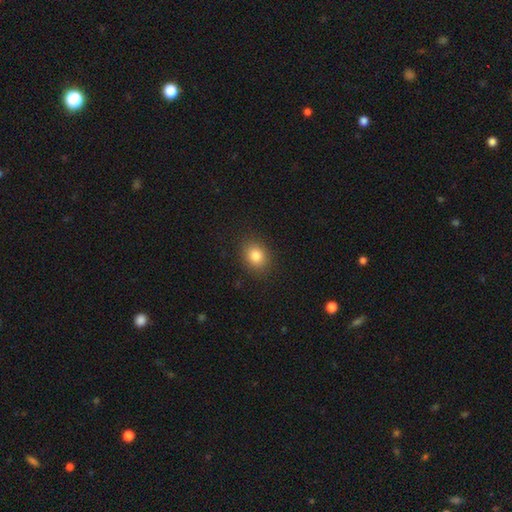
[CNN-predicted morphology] Smooth or featured: smooth — 83% (star or artifact — 10%)
How rounded: round — 58% (in between — 42%)
Merging: none — 88% (minor disturbance — 8%)